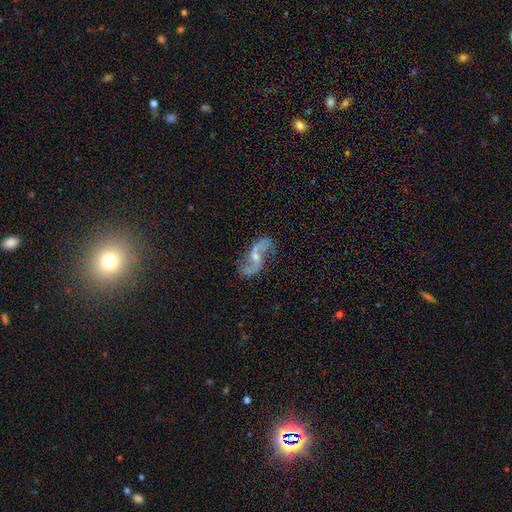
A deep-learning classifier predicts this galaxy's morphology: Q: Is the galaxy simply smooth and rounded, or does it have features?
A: featured or disk — 87%.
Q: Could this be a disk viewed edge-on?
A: no — 97%.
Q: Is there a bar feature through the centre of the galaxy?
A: weak — 45%.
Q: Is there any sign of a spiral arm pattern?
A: yes — 96%.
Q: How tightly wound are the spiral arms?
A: loose — 78%.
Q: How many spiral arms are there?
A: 2 — 93%.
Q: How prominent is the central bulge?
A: small — 52%.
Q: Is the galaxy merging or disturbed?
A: none — 74%.